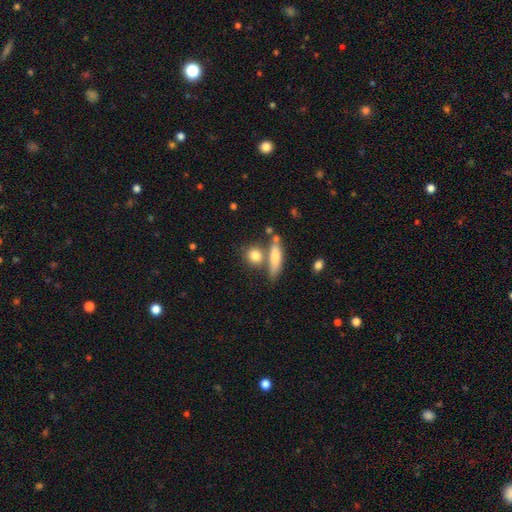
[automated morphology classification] smooth-or-featured: smooth: 80% | featured or disk: 12% | star or artifact: 8%
  how-rounded: round: 56% | in between: 30% | cigar-shaped: 14%
  merging: none: 57% | merger: 27% | minor disturbance: 12% | major disturbance: 5%